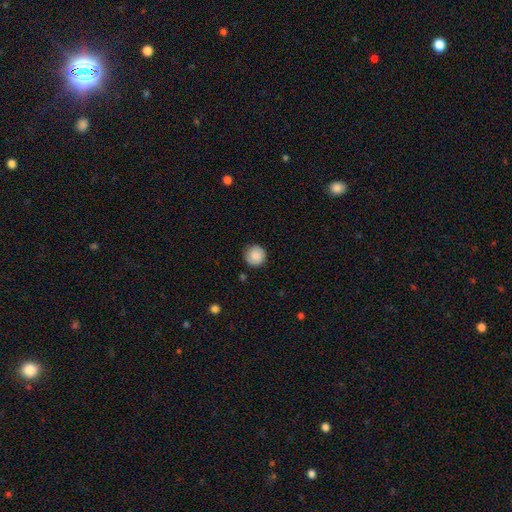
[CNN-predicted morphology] A smooth galaxy with no disk features (83%) that is round (94%). Merging: none (85%).